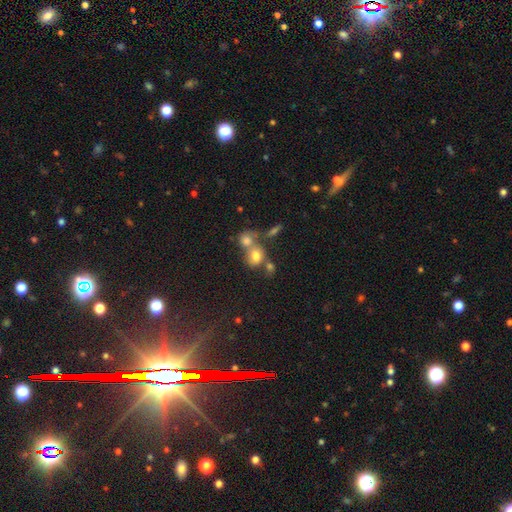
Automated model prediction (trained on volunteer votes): Smooth or featured: smooth — 72% (featured or disk — 16%)
How rounded: round — 54% (in between — 45%)
Merging: merger — 53% (none — 33%)